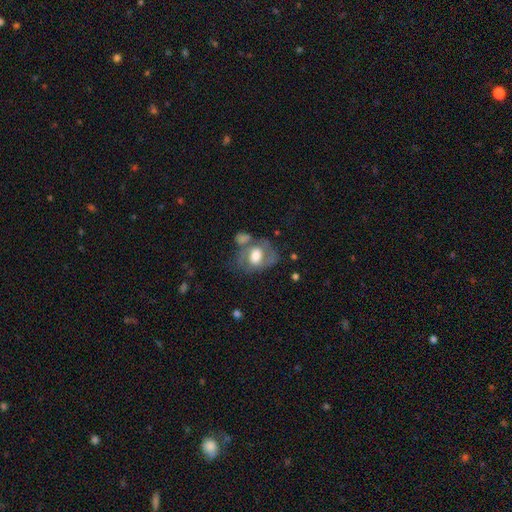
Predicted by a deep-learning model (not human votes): A featured or disk galaxy (49%).

Vote fractions:
- Smooth or featured? featured or disk: 49% / smooth: 43% / star or artifact: 8%
- Merging? none: 38% / minor disturbance: 22% / merger: 21% / major disturbance: 19%